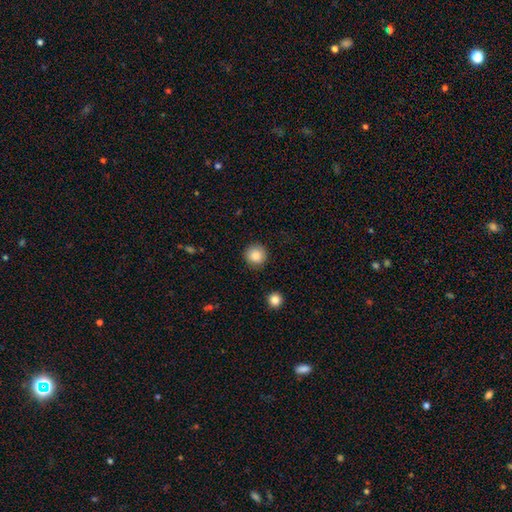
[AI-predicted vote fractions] Overall: smooth (86%). How rounded: round (95%). Merging: none (90%).